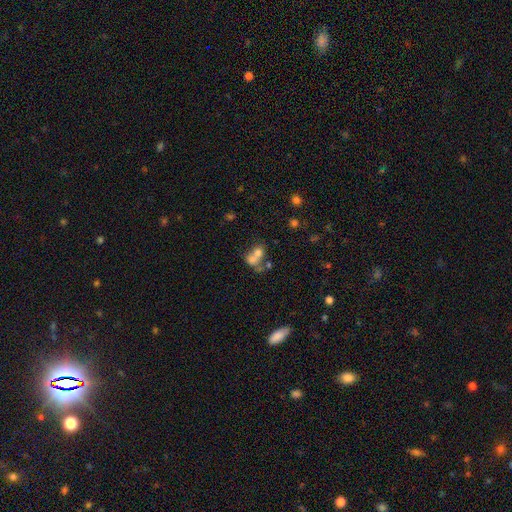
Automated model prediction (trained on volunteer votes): Q: Smooth or featured?
A: smooth (62%); runner-up: featured or disk (23%)
Q: How rounded?
A: in between (52%); runner-up: round (46%)
Q: Merging?
A: merger (65%); runner-up: none (20%)